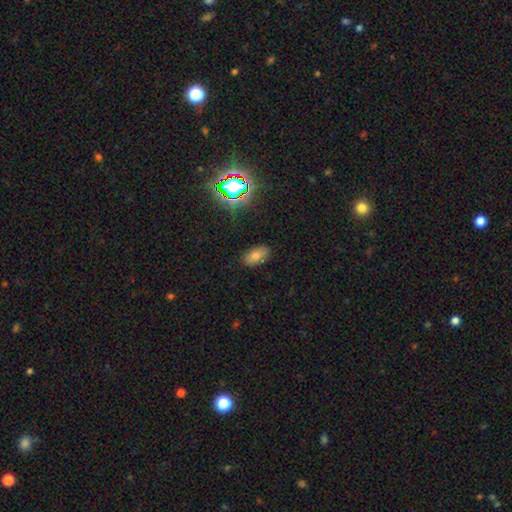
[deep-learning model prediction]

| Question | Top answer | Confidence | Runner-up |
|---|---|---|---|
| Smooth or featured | smooth | 77% | star or artifact (14%) |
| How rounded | in between | 92% | round (4%) |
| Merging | none | 86% | minor disturbance (10%) |